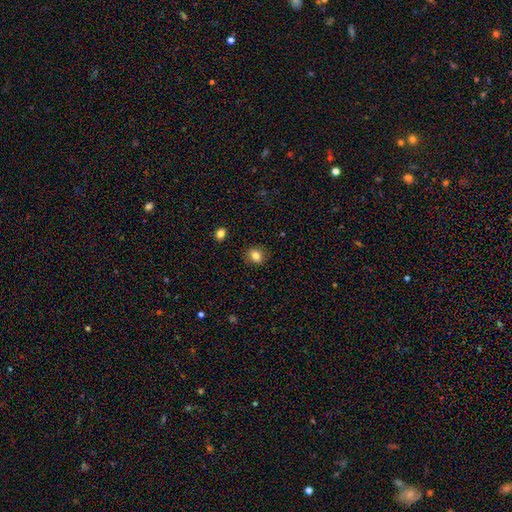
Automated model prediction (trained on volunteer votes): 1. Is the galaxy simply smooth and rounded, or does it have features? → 82% smooth, 11% star or artifact, 8% featured or disk.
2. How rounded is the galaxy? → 62% round, 37% in between, 1% cigar-shaped.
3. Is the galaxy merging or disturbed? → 87% none, 10% minor disturbance, 2% major disturbance, 1% merger.